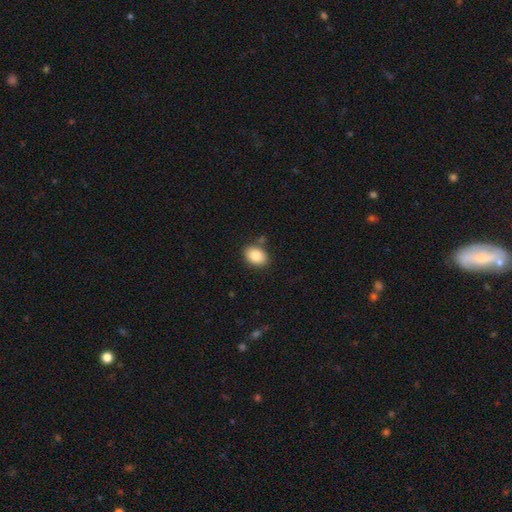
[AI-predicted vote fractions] A smooth galaxy with no disk features (85%) that is in between round and cigar-shaped (72%). Merging: none (83%).